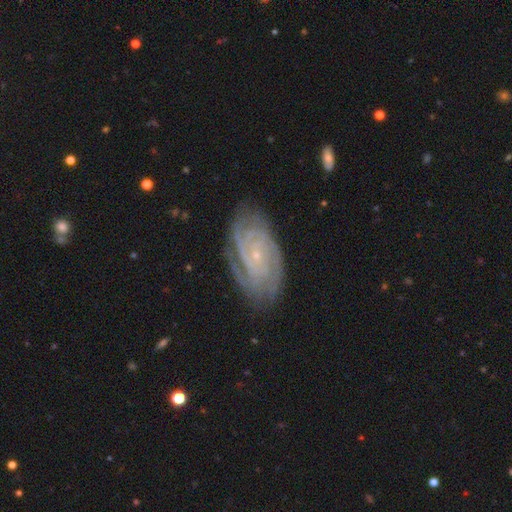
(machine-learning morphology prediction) featured or disk 87%, smooth 7%, star or artifact 6%. Down the decision tree: edge-on disk — no (96%); bar — no (69%); spiral arms — yes (98%); spiral arm count — 2 (24%); spiral winding — tight (78%); bulge size — small (87%); merging — none (79%).